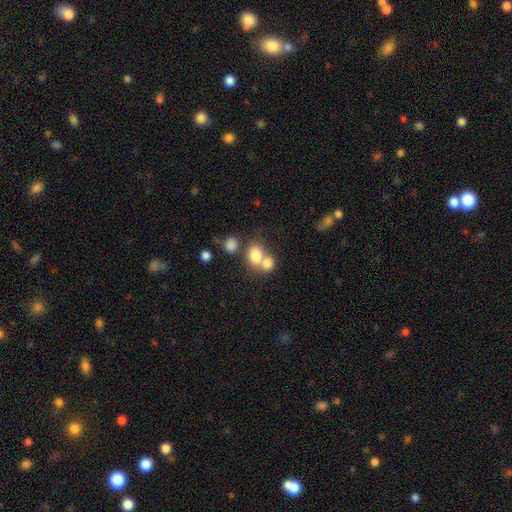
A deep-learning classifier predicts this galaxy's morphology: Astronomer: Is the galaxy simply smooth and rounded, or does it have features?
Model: smooth — 77%.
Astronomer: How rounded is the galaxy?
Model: in between — 55% (runner-up: round, 44%).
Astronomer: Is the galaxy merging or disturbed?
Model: merger — 59%.